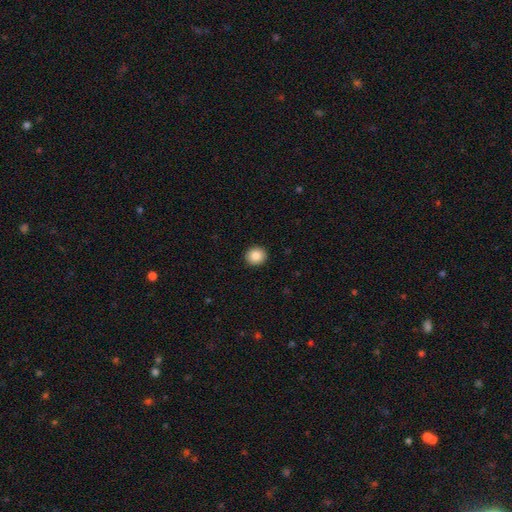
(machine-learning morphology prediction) This appears to be a smooth galaxy with no disk features (87%) that is round (84%). Merging: none (93%).